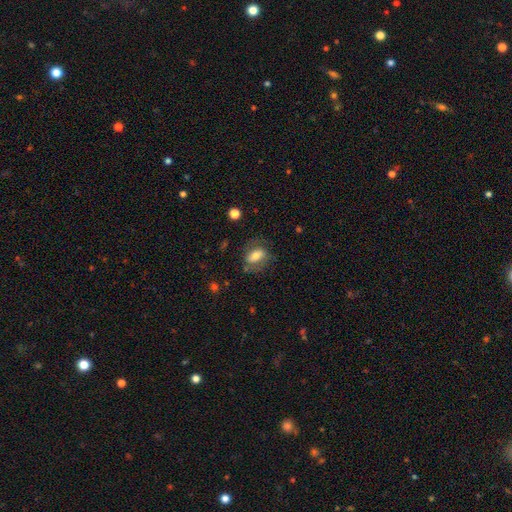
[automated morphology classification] smooth-or-featured: smooth: 51% | featured or disk: 41% | star or artifact: 8%
  how-rounded: in between: 77% | round: 19% | cigar-shaped: 4%
  merging: none: 62% | minor disturbance: 21% | major disturbance: 15% | merger: 3%